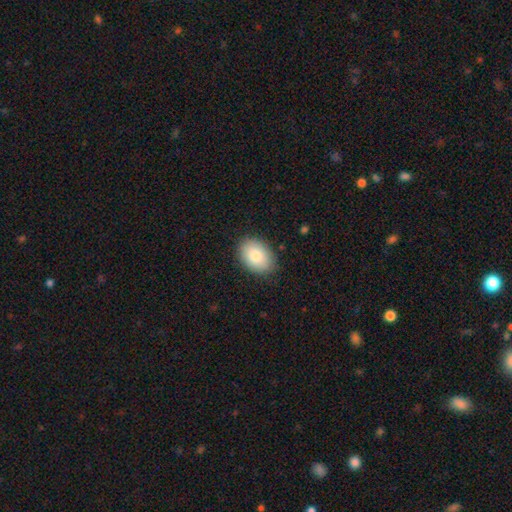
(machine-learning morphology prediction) smooth 84%, featured or disk 9%, star or artifact 7%. Down the decision tree: how rounded — in between (81%); merging — none (86%).